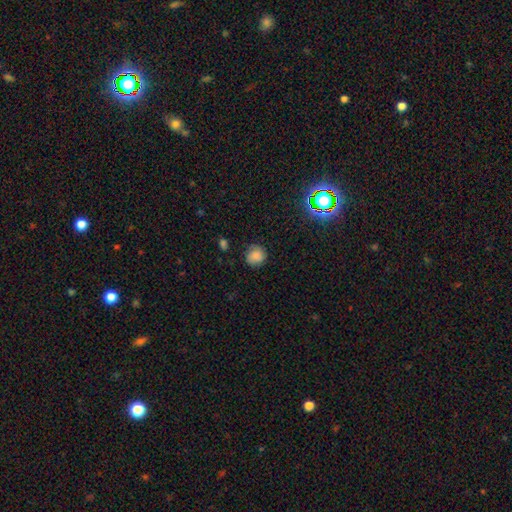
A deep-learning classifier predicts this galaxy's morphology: Smooth or featured?
  - smooth: 79% *
  - star or artifact: 12%
  - featured or disk: 9%
How rounded?
  - round: 88% *
  - in between: 11%
  - cigar-shaped: 1%
Merging?
  - none: 77% *
  - minor disturbance: 17%
  - major disturbance: 4%
  - merger: 1%